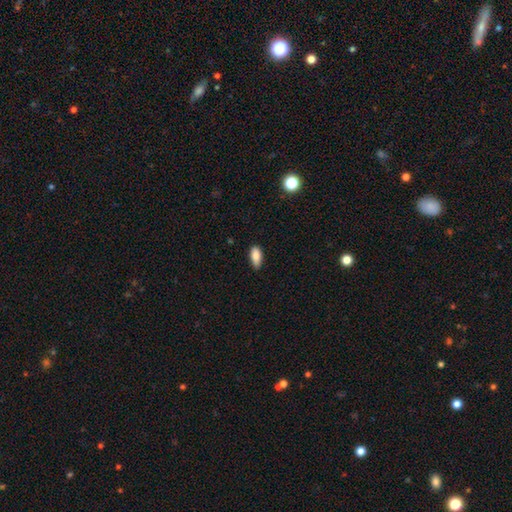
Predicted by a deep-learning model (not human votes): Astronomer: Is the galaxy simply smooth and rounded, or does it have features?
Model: smooth — 87%.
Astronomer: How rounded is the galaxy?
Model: in between — 87%.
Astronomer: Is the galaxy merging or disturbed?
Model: none — 79%.